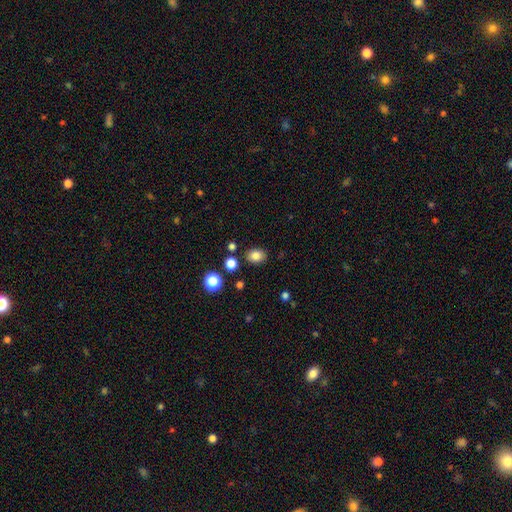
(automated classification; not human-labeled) A smooth galaxy with no disk features (83%) that is in between round and cigar-shaped (55%). Merging: none (84%).